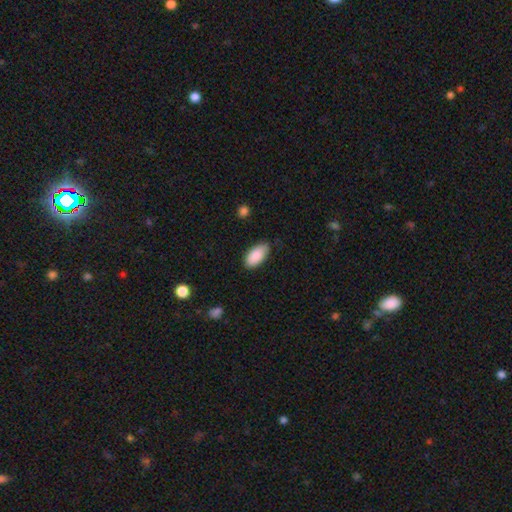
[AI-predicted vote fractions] smooth_or_featured: smooth (p=0.89) [alt: star or artifact p=0.06]
how_rounded: in between (p=0.93) [alt: cigar-shaped p=0.05]
merging: none (p=0.79) [alt: minor disturbance p=0.17]